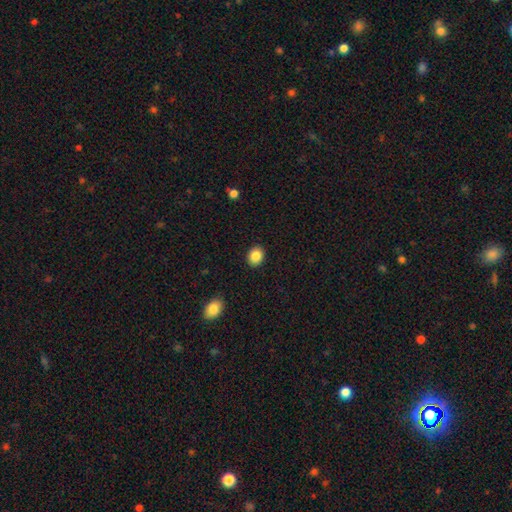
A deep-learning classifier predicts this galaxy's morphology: smooth-or-featured: smooth: 86% | star or artifact: 9% | featured or disk: 5%
  how-rounded: round: 51% | in between: 48% | cigar-shaped: 1%
  merging: none: 91% | minor disturbance: 6% | major disturbance: 2% | merger: 1%